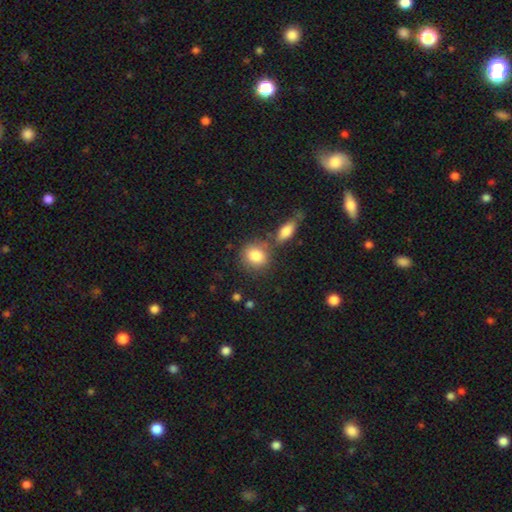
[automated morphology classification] smooth_or_featured: smooth (p=0.84) [alt: featured or disk p=0.08]
how_rounded: round (p=0.65) [alt: in between p=0.34]
merging: none (p=0.62) [alt: merger p=0.20]